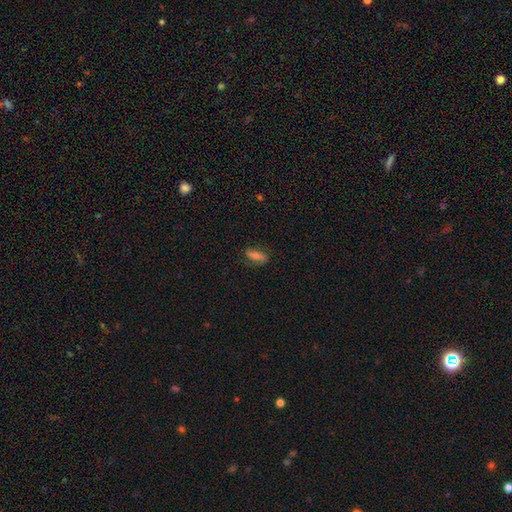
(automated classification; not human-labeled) Smooth or featured?
  - smooth: 52% *
  - featured or disk: 39%
  - star or artifact: 9%
How rounded?
  - in between: 64% *
  - cigar-shaped: 31%
  - round: 5%
Merging?
  - none: 75% *
  - minor disturbance: 18%
  - major disturbance: 6%
  - merger: 1%